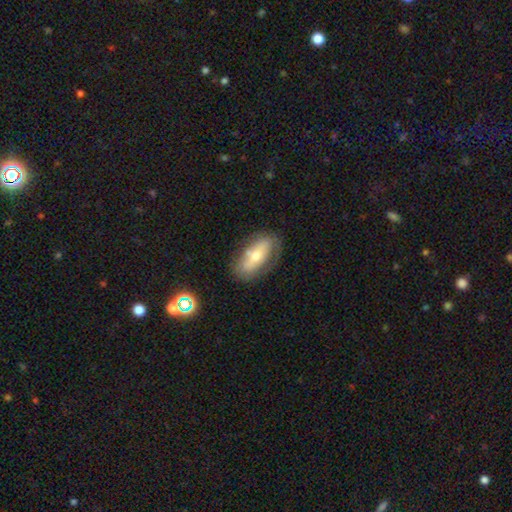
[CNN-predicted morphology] smooth_or_featured: smooth (p=0.48) [alt: featured or disk p=0.44]
merging: none (p=0.70) [alt: minor disturbance p=0.19]